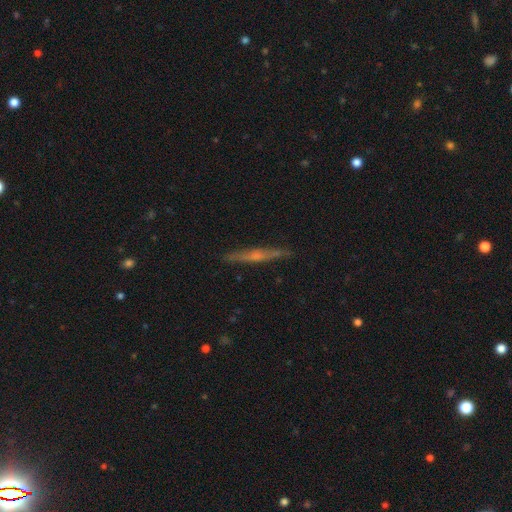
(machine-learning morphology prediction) smooth_or_featured: featured or disk (p=0.66) [alt: smooth p=0.27]
disk_edge_on: yes (p=0.96) [alt: no p=0.04]
edge_on_bulge: rounded (p=0.60) [alt: none p=0.30]
merging: none (p=0.88) [alt: minor disturbance p=0.09]